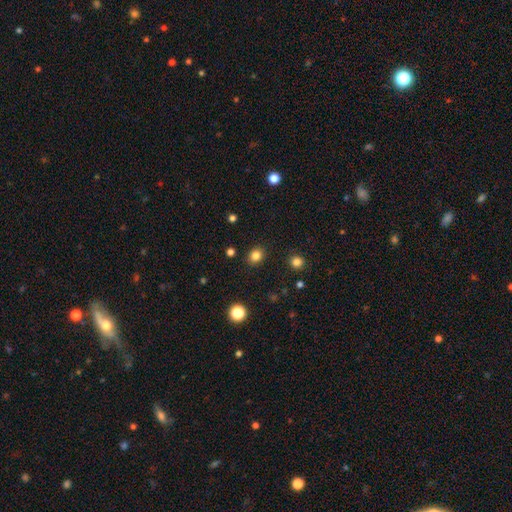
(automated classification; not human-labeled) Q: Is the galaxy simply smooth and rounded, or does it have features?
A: smooth — 83%.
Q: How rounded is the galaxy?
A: round — 60%.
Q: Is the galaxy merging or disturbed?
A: none — 88%.